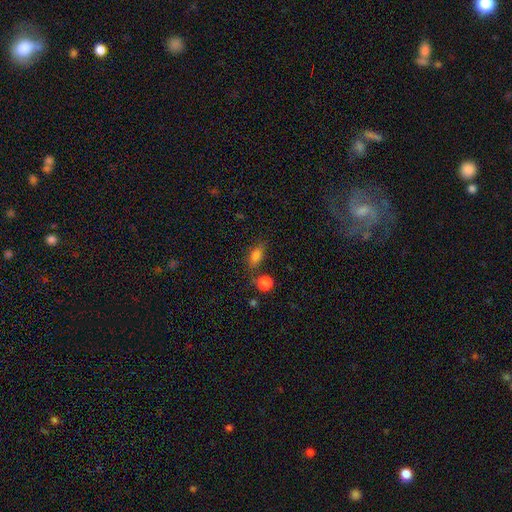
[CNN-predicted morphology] This is likely a smooth galaxy (79%). How rounded: likely in between (79%). Merging: likely none (62%).